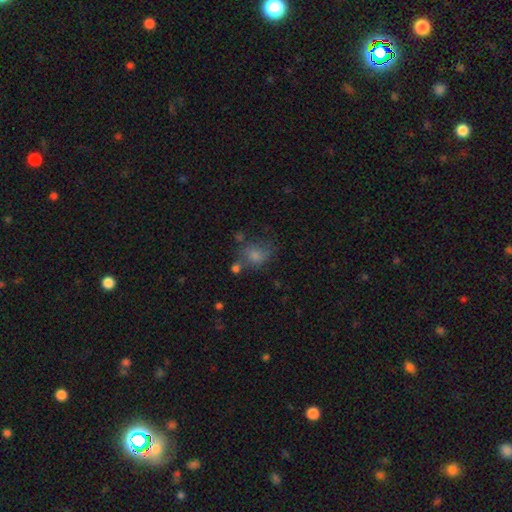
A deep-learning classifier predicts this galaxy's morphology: Smooth or featured? Predicted: smooth (p=0.61). How rounded? Predicted: round (p=0.59). Merging? Predicted: none (p=0.54).